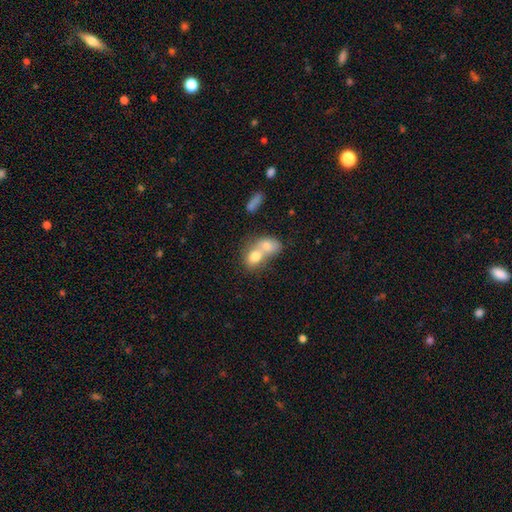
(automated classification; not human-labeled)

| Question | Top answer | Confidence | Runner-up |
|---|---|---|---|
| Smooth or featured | smooth | 72% | featured or disk (19%) |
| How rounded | in between | 61% | round (37%) |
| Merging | merger | 76% | none (15%) |